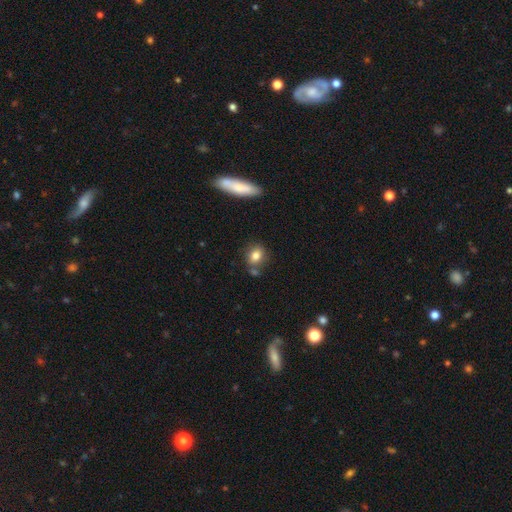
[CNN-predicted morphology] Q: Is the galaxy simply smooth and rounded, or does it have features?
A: smooth — 81%.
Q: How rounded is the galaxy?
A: round — 50%.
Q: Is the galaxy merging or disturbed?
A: none — 71%.